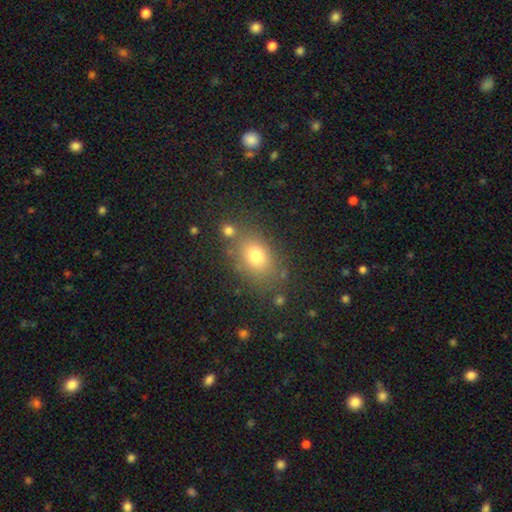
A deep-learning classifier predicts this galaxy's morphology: Smooth or featured?
  - smooth: 75% *
  - star or artifact: 13%
  - featured or disk: 12%
How rounded?
  - in between: 71% *
  - round: 27%
  - cigar-shaped: 2%
Merging?
  - none: 75% *
  - minor disturbance: 13%
  - merger: 8%
  - major disturbance: 5%